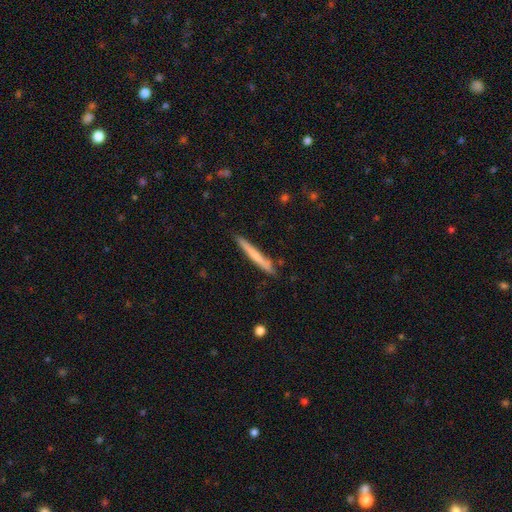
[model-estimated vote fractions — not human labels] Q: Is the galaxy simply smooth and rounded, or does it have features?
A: smooth — 63%.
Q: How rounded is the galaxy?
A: cigar-shaped — 97%.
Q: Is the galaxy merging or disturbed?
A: none — 85%.